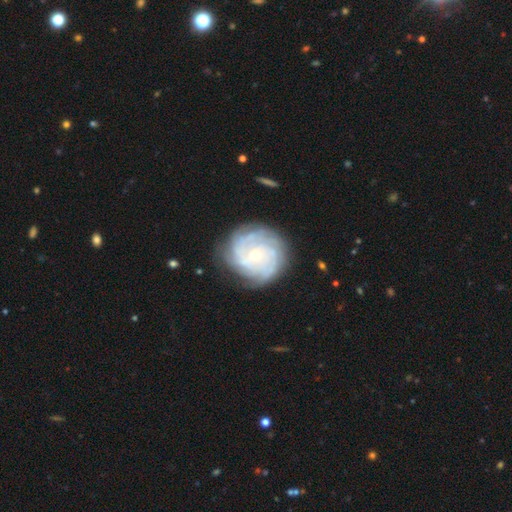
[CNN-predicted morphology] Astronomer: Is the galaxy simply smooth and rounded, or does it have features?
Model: featured or disk — 80%.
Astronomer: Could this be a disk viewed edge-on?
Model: no — 97%.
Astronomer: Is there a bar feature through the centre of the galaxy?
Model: no — 76%.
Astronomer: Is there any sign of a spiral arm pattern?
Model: yes — 93%.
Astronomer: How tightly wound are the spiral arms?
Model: tight — 72%.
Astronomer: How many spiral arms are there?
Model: can't tell — 38% (runner-up: 4, 19%).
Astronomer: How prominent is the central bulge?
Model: small — 68%.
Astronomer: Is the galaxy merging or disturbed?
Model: none — 78%.